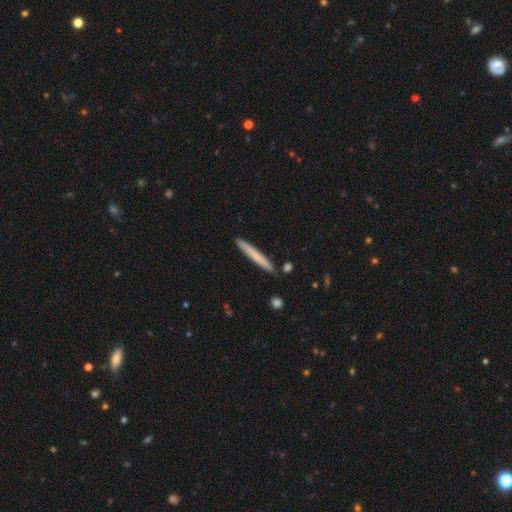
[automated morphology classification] Smooth or featured? Predicted: smooth (p=0.70). How rounded? Predicted: cigar-shaped (p=0.97). Merging? Predicted: none (p=0.89).